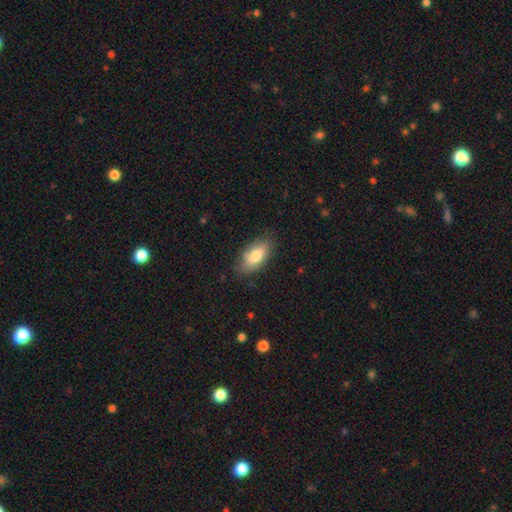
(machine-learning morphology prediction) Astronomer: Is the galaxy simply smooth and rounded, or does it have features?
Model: smooth — 77%.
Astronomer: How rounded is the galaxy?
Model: in between — 88%.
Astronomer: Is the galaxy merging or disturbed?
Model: none — 75%.